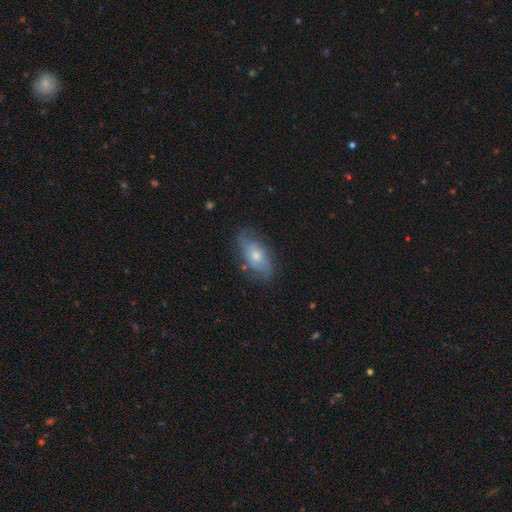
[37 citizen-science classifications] Smooth or featured?
  - featured or disk: 62% *
  - smooth: 32%
  - star or artifact: 5%
Edge-on disk?
  - no: 91% *
  - yes: 9%
Bar?
  - no: 76% *
  - weak: 24%
  - strong: 0%
Spiral arms?
  - yes: 100% *
  - no: 0%
Spiral winding?
  - loose: 76% *
  - medium: 19%
  - tight: 5%
Spiral arm count?
  - 2: 86% *
  - can't tell: 14%
  - 1: 0%
  - 3: 0%
  - 4: 0%
  - more than 4: 0%
Bulge size?
  - moderate: 52% *
  - small: 43%
  - large: 5%
  - dominant: 0%
  - none: 0%
Merging?
  - none: 83% *
  - minor disturbance: 14%
  - major disturbance: 3%
  - merger: 0%